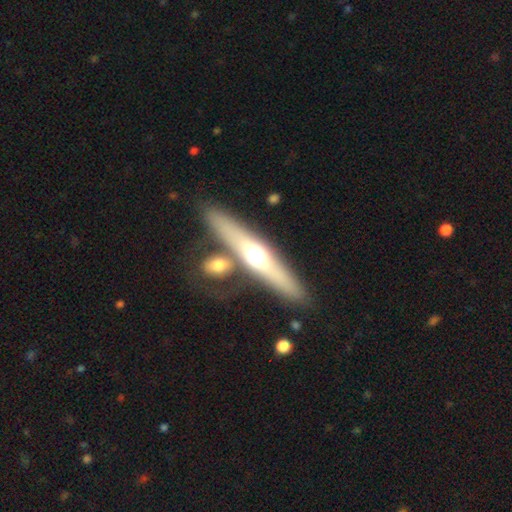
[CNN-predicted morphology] Q: Smooth or featured?
A: featured or disk (56%); runner-up: smooth (37%)
Q: Edge-on disk?
A: yes (87%); runner-up: no (13%)
Q: Merging?
A: none (72%); runner-up: merger (13%)